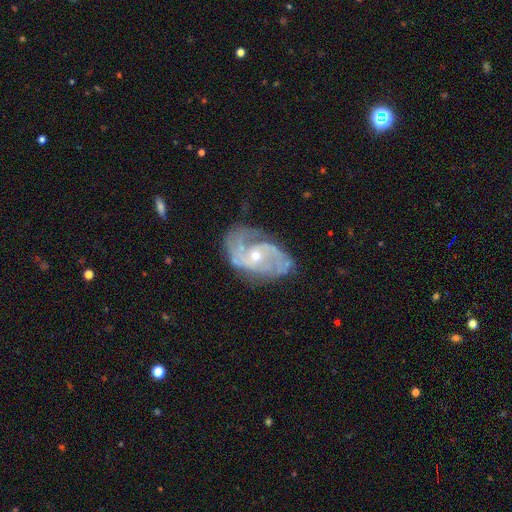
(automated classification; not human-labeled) Smooth or featured: featured or disk — 88% (smooth — 6%)
Edge-on disk: no — 97% (yes — 3%)
Bar: no — 63% (weak — 29%)
Spiral arms: yes — 96% (no — 4%)
Spiral winding: medium — 48% (tight — 35%)
Spiral arm count: 2 — 62% (3 — 14%)
Bulge size: small — 62% (moderate — 35%)
Merging: none — 65% (minor disturbance — 22%)